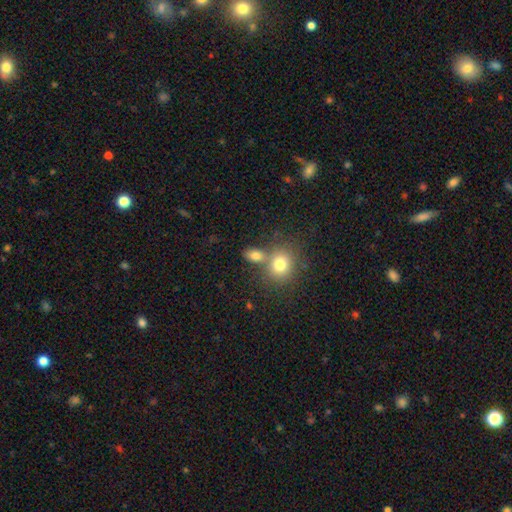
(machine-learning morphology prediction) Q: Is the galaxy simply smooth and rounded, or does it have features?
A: smooth — 78%.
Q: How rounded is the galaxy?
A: in between — 68%.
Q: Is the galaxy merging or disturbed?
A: none — 51%.